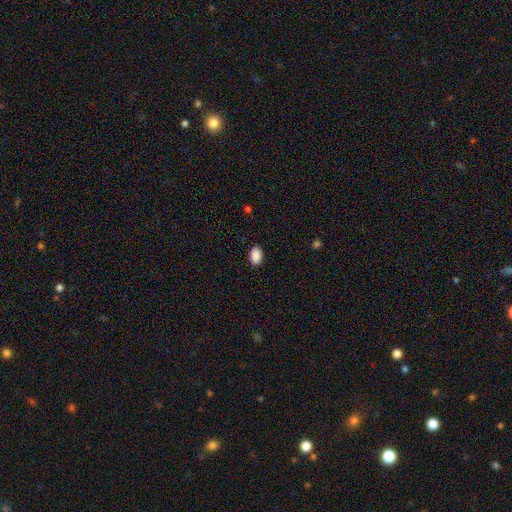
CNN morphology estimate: Smooth or featured? Predicted: smooth (p=0.90). How rounded? Predicted: in between (p=0.88). Merging? Predicted: none (p=0.88).